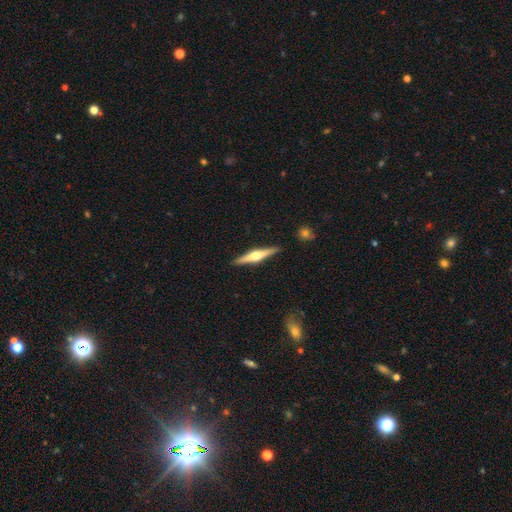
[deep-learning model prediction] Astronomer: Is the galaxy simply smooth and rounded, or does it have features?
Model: featured or disk — 71%.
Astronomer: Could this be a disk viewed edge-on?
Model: yes — 98%.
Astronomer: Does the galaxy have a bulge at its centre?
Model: rounded — 92%.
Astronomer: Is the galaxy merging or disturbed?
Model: none — 91%.